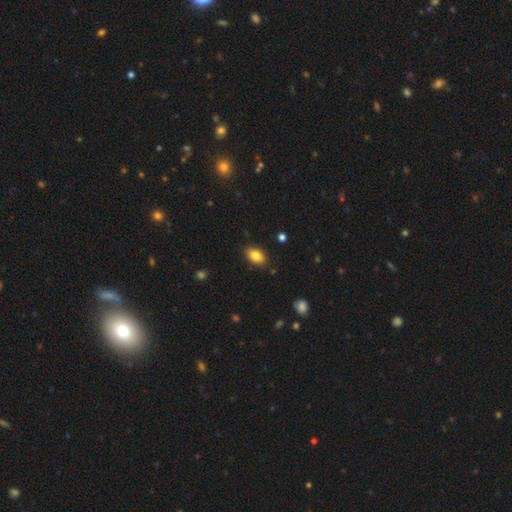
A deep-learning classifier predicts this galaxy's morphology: Overall: smooth (84%). How rounded: in between (87%). Merging: none (86%).